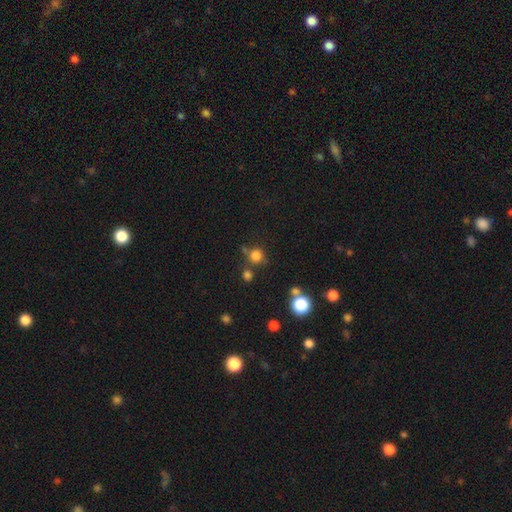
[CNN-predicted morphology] Smooth or featured?
  - smooth: 78% *
  - star or artifact: 16%
  - featured or disk: 6%
How rounded?
  - round: 89% *
  - in between: 10%
  - cigar-shaped: 1%
Merging?
  - none: 67% *
  - merger: 15%
  - minor disturbance: 13%
  - major disturbance: 6%